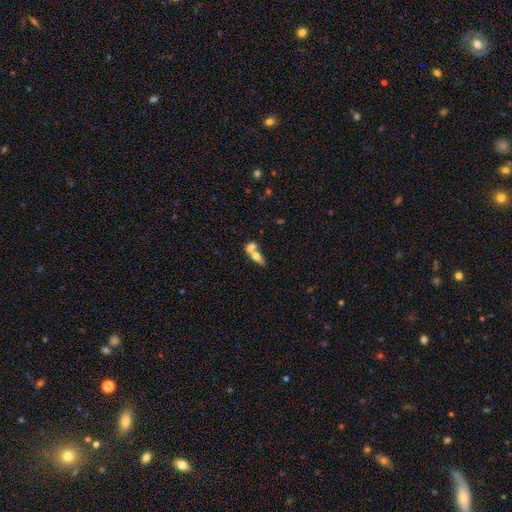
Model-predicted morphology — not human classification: This appears to be a smooth galaxy with no disk features (62%) that is in between round and cigar-shaped (67%). Merging: merger (67%).